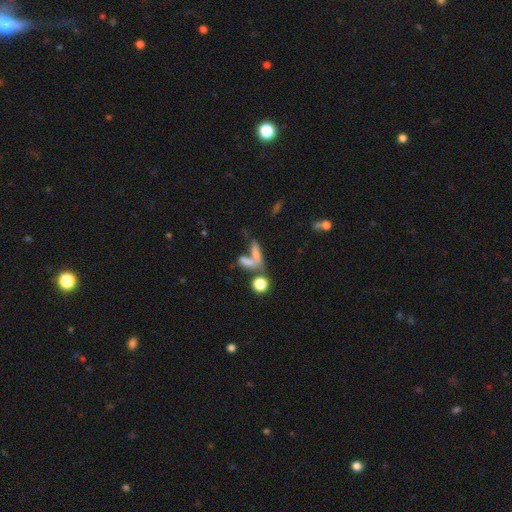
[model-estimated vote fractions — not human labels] Morphology: type=smooth (61%); roundness=in between (43%); merging=merger (47%).